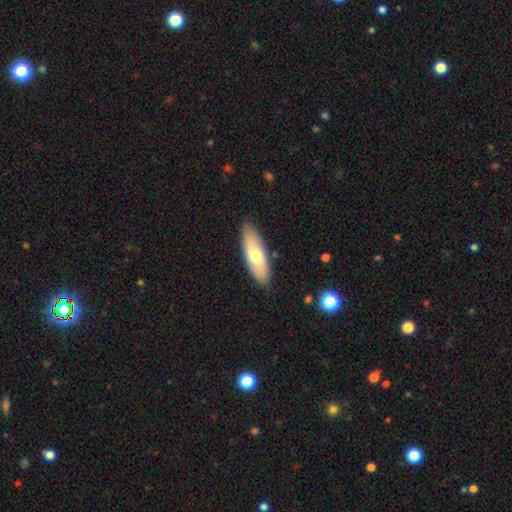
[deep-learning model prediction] A smooth galaxy with no disk features (64%) that is in between round and cigar-shaped (61%). Merging: none (87%).